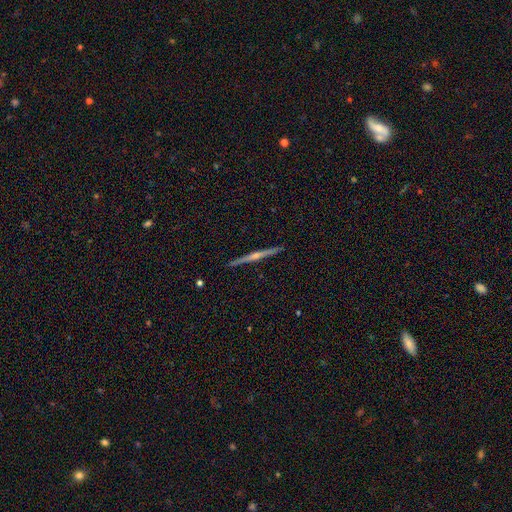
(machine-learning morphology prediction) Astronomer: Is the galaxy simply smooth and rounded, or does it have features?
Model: featured or disk — 80%.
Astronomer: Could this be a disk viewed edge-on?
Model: yes — 99%.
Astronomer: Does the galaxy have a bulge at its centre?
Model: rounded — 80%.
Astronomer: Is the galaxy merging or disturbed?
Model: none — 93%.